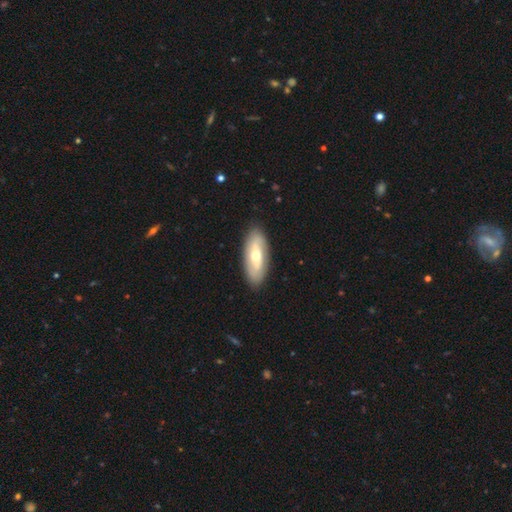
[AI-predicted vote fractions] A featured or disk galaxy (51%).

Vote fractions:
- Smooth or featured? featured or disk: 51% / smooth: 44% / star or artifact: 5%
- Edge-on disk? no: 80% / yes: 20%
- Merging? none: 88% / minor disturbance: 9% / major disturbance: 2% / merger: 1%